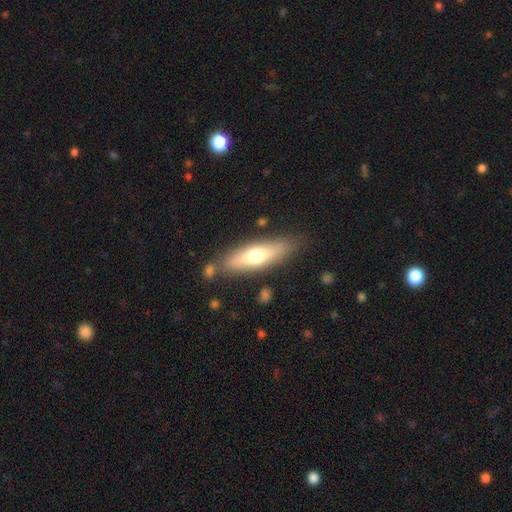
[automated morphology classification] This is likely a smooth galaxy (62%). How rounded: possibly cigar-shaped (54%). Merging: likely none (77%).